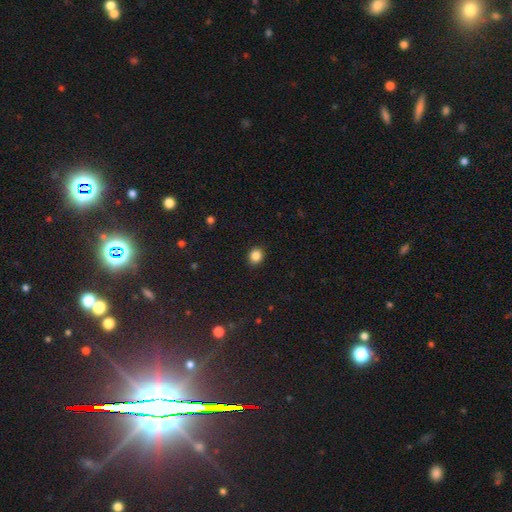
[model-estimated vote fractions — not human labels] Overall: smooth (86%). How rounded: round (77%). Merging: none (91%).